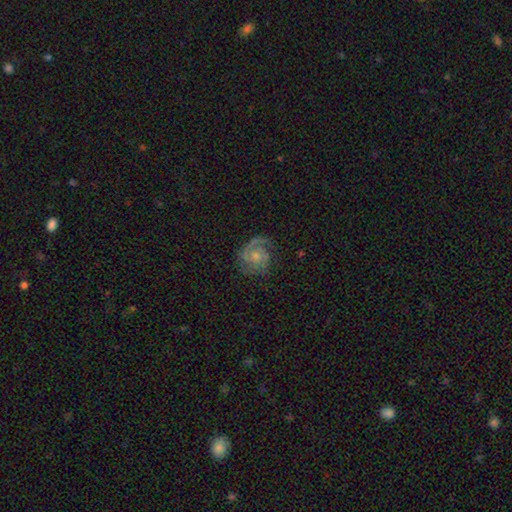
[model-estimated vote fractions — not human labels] Smooth or featured?
  - featured or disk: 78% *
  - smooth: 15%
  - star or artifact: 7%
Edge-on disk?
  - no: 98% *
  - yes: 2%
Bar?
  - no: 72% *
  - weak: 25%
  - strong: 3%
Spiral arms?
  - yes: 94% *
  - no: 6%
Spiral winding?
  - tight: 46% *
  - medium: 40%
  - loose: 14%
Spiral arm count?
  - 2: 52% *
  - 1: 22%
  - can't tell: 12%
  - 3: 9%
  - 4: 2%
  - more than 4: 2%
Bulge size?
  - small: 45% *
  - moderate: 40%
  - none: 9%
  - large: 4%
  - dominant: 1%
Merging?
  - none: 67% *
  - minor disturbance: 19%
  - major disturbance: 13%
  - merger: 1%